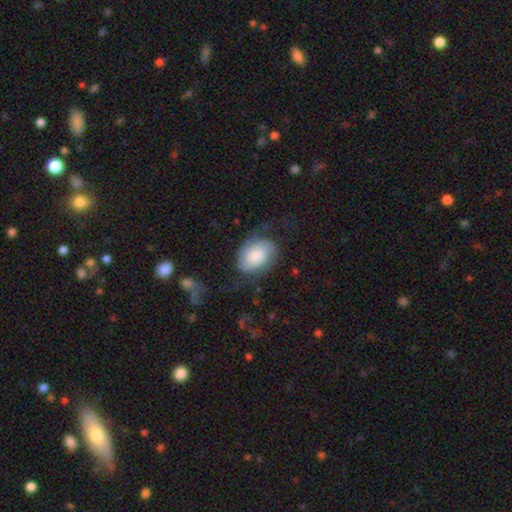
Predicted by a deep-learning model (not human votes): A featured or disk galaxy (51%).

Vote fractions:
- Smooth or featured? featured or disk: 51% / smooth: 41% / star or artifact: 8%
- Edge-on disk? no: 97% / yes: 3%
- Merging? none: 53% / major disturbance: 22% / minor disturbance: 22% / merger: 2%